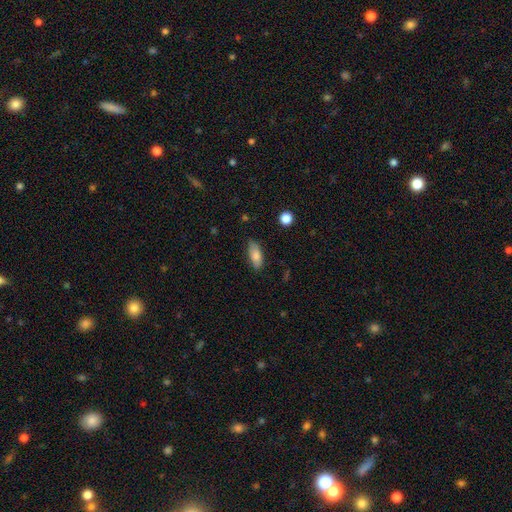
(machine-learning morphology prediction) smooth_or_featured: smooth (p=0.83) [alt: featured or disk p=0.10]
how_rounded: in between (p=0.82) [alt: cigar-shaped p=0.15]
merging: none (p=0.77) [alt: minor disturbance p=0.19]